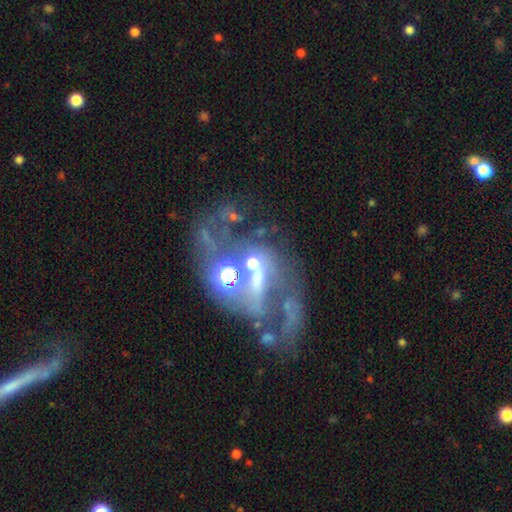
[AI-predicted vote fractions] Smooth or featured? Predicted: featured or disk (p=0.53). Edge-on disk? Predicted: no (p=0.95). Bar? Predicted: no (p=0.57). Spiral arms? Predicted: no (p=0.54). Bulge size? Predicted: moderate (p=0.39). Merging? Predicted: none (p=0.30, tied with major disturbance).